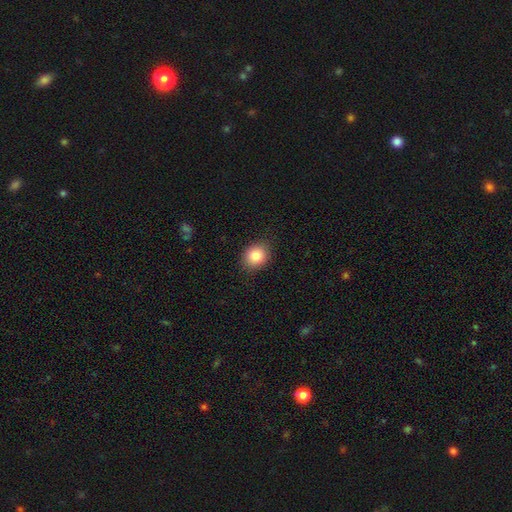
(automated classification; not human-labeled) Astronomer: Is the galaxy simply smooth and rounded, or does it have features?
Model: smooth — 84%.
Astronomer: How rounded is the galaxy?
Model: round — 65%.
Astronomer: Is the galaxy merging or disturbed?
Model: none — 87%.